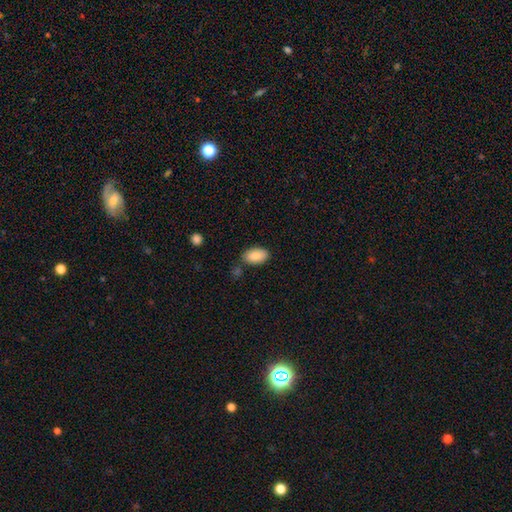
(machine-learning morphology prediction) A smooth galaxy with no disk features (89%) that is in between round and cigar-shaped (95%).

Vote fractions:
- Smooth or featured? smooth: 89% / star or artifact: 6% / featured or disk: 5%
- How rounded? in between: 95% / round: 4% / cigar-shaped: 2%
- Merging? none: 78% / minor disturbance: 14% / merger: 5% / major disturbance: 3%